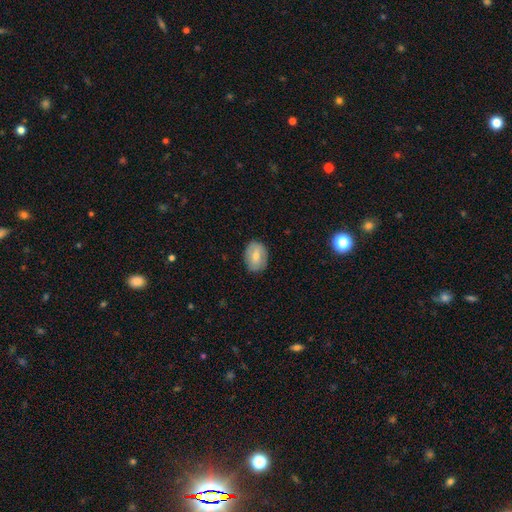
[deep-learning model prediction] smooth_or_featured: smooth (p=0.63) [alt: featured or disk p=0.30]
how_rounded: in between (p=0.70) [alt: round p=0.29]
merging: none (p=0.84) [alt: minor disturbance p=0.12]